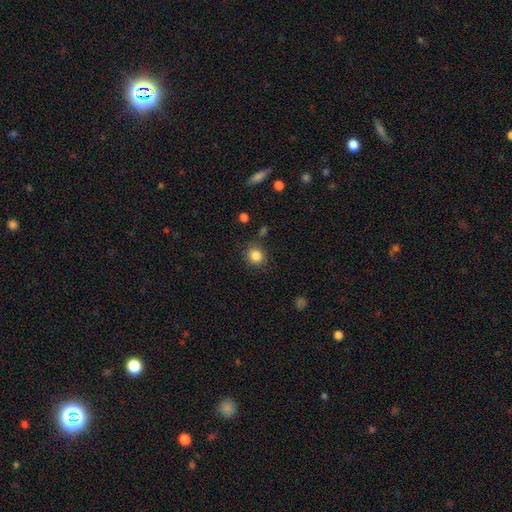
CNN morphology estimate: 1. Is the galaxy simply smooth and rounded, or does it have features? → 84% smooth, 11% star or artifact, 5% featured or disk.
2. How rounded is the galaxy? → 78% round, 21% in between, 1% cigar-shaped.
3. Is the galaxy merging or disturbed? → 83% none, 10% minor disturbance, 3% major disturbance, 3% merger.